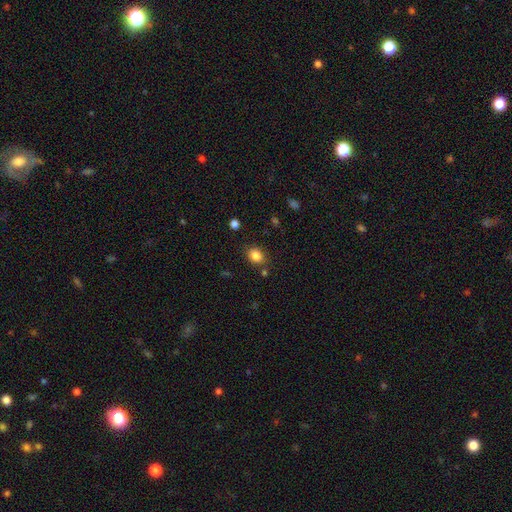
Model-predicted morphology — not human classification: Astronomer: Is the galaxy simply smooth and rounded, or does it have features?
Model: smooth — 85%.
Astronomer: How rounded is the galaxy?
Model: in between — 56% (runner-up: round, 43%).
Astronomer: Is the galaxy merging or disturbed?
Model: none — 80%.